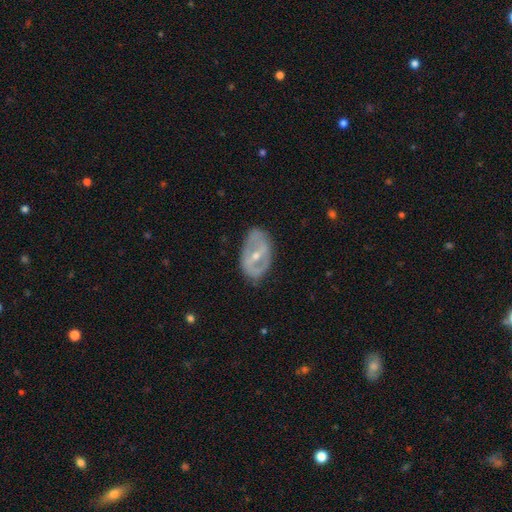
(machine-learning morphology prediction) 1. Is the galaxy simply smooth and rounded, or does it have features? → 74% featured or disk, 20% smooth, 6% star or artifact.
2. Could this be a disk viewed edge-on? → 91% no, 9% yes.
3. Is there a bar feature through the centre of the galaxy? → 53% strong, 31% weak, 16% no.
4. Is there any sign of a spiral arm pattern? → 59% no, 41% yes.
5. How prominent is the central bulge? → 50% small, 47% moderate, 1% large, 1% none, 1% dominant.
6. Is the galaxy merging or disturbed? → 74% none, 18% minor disturbance, 7% major disturbance, 1% merger.